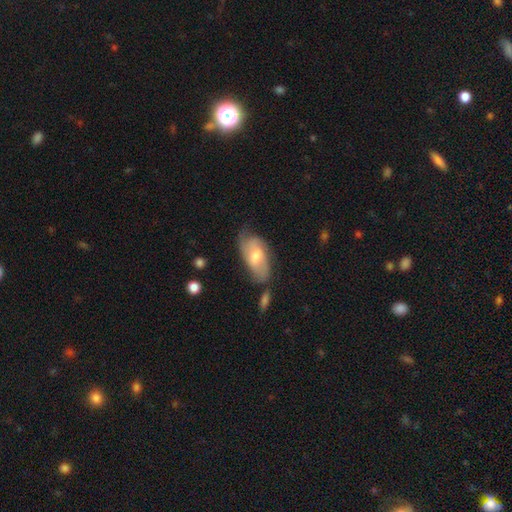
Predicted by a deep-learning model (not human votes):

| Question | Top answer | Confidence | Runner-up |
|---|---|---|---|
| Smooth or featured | featured or disk | 51% | smooth (43%) |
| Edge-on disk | no | 91% | yes (9%) |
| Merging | none | 52% | minor disturbance (30%) |